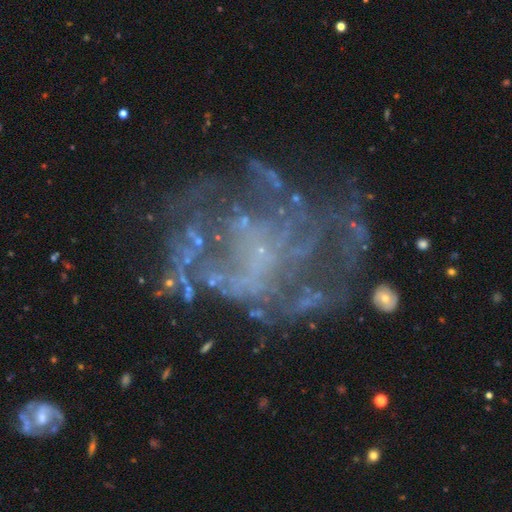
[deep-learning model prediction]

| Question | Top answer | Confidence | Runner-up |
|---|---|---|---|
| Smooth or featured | featured or disk | 73% | star or artifact (16%) |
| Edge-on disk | no | 98% | yes (2%) |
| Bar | no | 81% | weak (14%) |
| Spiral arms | no | 59% | yes (41%) |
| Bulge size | none | 60% | small (31%) |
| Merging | none | 48% | major disturbance (30%) |